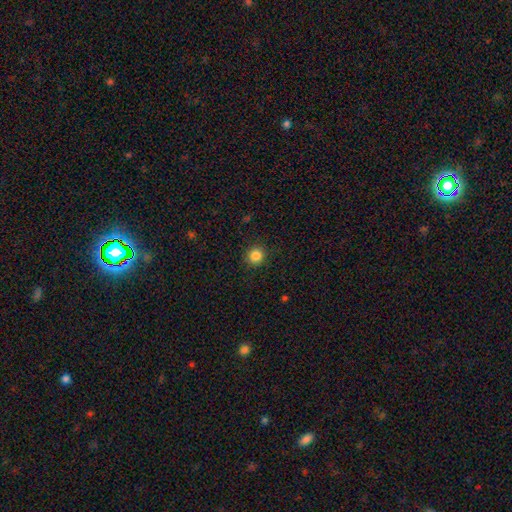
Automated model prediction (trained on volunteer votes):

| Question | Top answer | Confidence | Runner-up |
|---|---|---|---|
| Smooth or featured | smooth | 85% | star or artifact (11%) |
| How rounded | round | 92% | in between (7%) |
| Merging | none | 90% | minor disturbance (7%) |